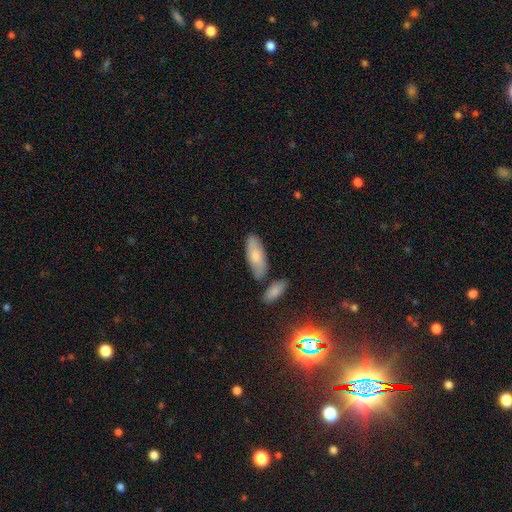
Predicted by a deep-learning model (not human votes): A smooth galaxy with no disk features (71%) that is in between round and cigar-shaped (76%).

Vote fractions:
- Smooth or featured? smooth: 71% / featured or disk: 22% / star or artifact: 7%
- How rounded? in between: 76% / cigar-shaped: 22% / round: 2%
- Merging? none: 71% / minor disturbance: 16% / merger: 10% / major disturbance: 4%